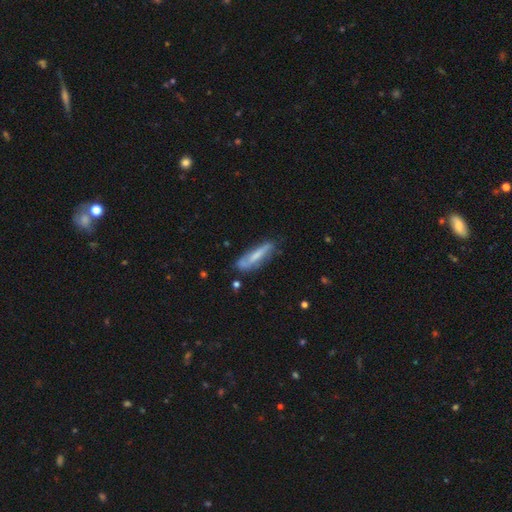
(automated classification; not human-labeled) featured or disk 46% (tied), smooth 46% (tied), star or artifact 8%. Down the decision tree: merging — none (67%).